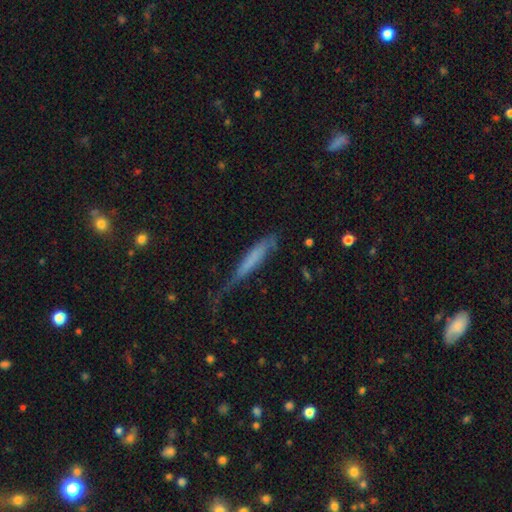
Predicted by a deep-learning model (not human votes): Morphology: type=smooth (58%); roundness=cigar-shaped (90%); merging=none (38%).